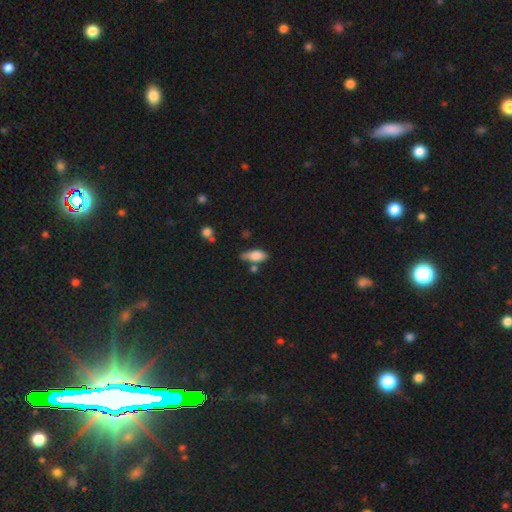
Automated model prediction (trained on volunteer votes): The model was most divided on "merging": none: 51%, minor disturbance: 29%, merger: 12%, major disturbance: 8%. More confident: how rounded — in between (81%); smooth or featured — smooth (80%).